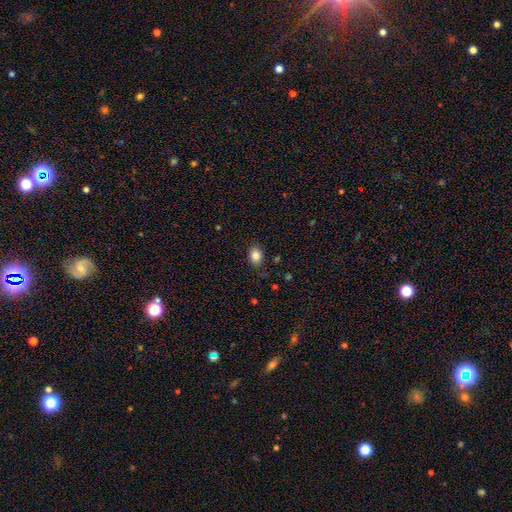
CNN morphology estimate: Q: Smooth or featured?
A: smooth (85%); runner-up: star or artifact (9%)
Q: How rounded?
A: in between (62%); runner-up: round (37%)
Q: Merging?
A: none (83%); runner-up: minor disturbance (13%)